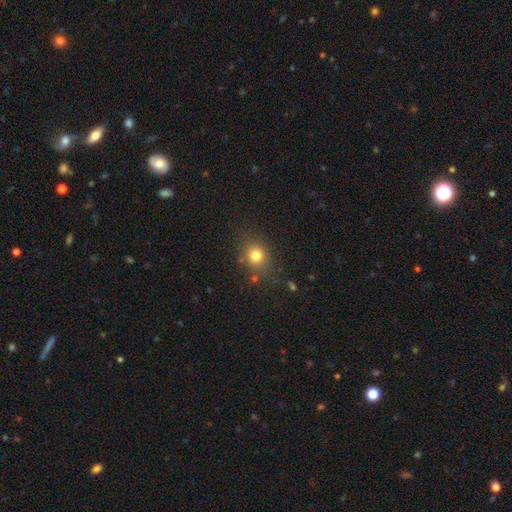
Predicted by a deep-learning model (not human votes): smooth-or-featured: smooth: 78% | star or artifact: 13% | featured or disk: 8%
  how-rounded: round: 72% | in between: 27% | cigar-shaped: 1%
  merging: none: 76% | minor disturbance: 14% | major disturbance: 5% | merger: 4%